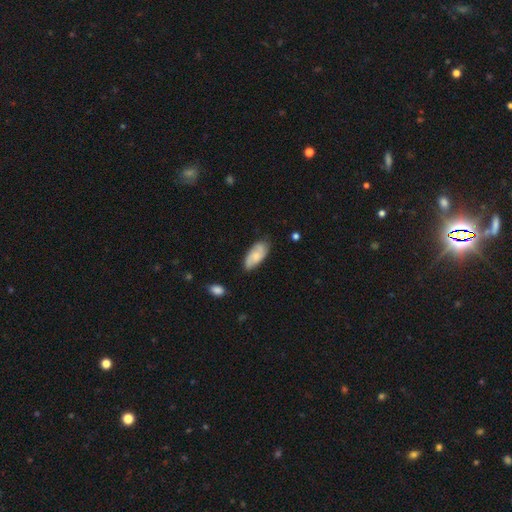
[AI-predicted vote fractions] This is possibly a smooth galaxy (55%). How rounded: clearly in between (89%). Merging: likely none (73%).